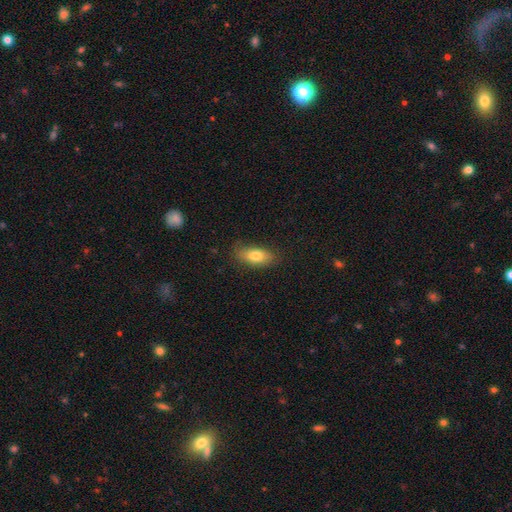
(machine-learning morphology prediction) Smooth or featured: smooth — 78% (featured or disk — 15%)
How rounded: in between — 86% (cigar-shaped — 10%)
Merging: none — 80% (minor disturbance — 16%)